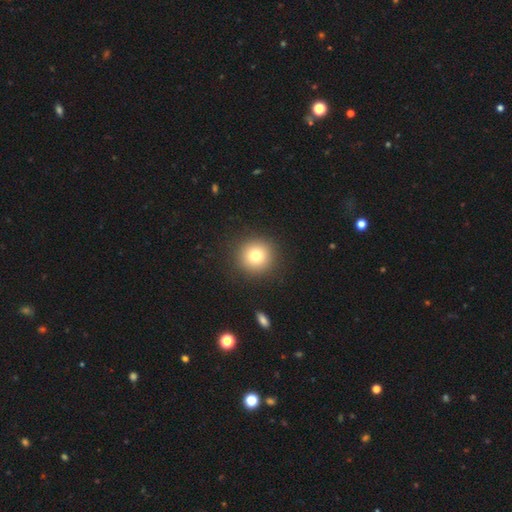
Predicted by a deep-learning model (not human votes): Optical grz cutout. It shows a smooth galaxy with no disk features (77%) that is round (94%). Merging: none (91%).